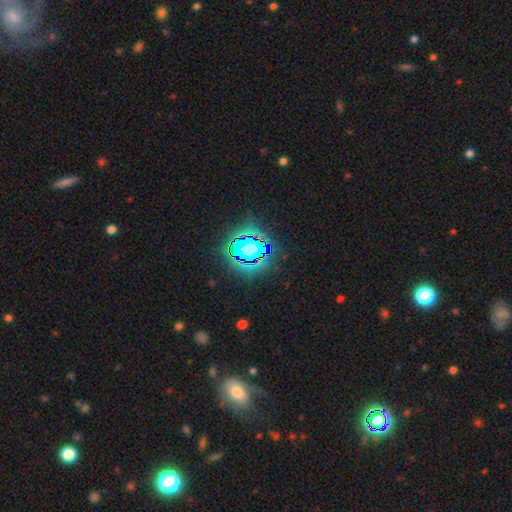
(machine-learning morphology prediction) This appears to be a star or artifact, not a galaxy (78%).